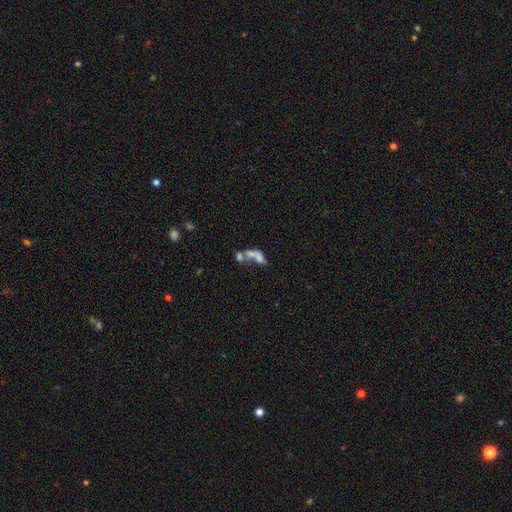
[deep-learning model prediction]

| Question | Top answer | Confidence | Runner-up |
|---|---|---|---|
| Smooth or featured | smooth | 49% | featured or disk (36%) |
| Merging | merger | 64% | none (15%) |